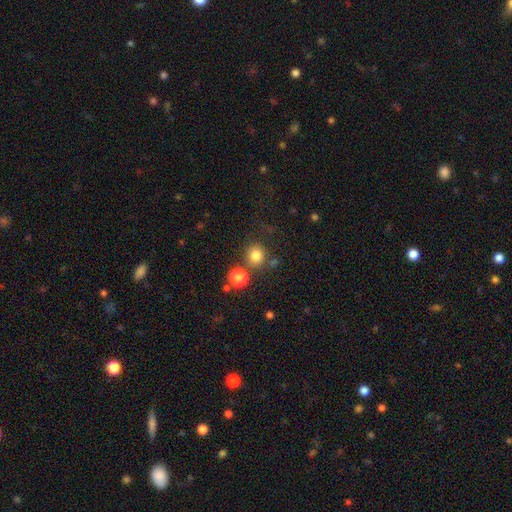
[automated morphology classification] Smooth or featured?
  - smooth: 80% *
  - star or artifact: 14%
  - featured or disk: 6%
How rounded?
  - round: 88% *
  - in between: 11%
  - cigar-shaped: 1%
Merging?
  - none: 77% *
  - merger: 10%
  - minor disturbance: 9%
  - major disturbance: 4%